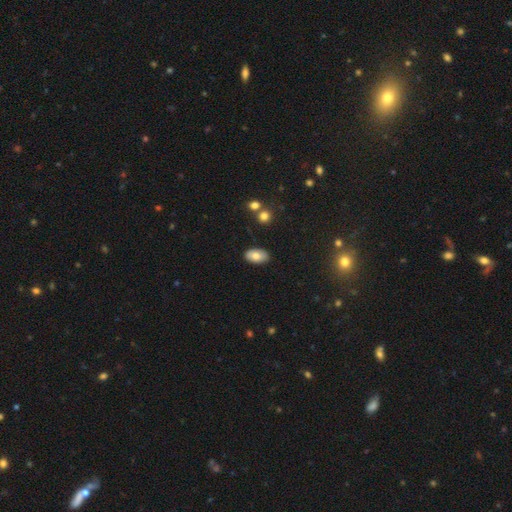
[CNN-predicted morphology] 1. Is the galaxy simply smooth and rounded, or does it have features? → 77% smooth, 15% featured or disk, 8% star or artifact.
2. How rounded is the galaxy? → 93% in between, 5% round, 2% cigar-shaped.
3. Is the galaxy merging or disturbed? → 86% none, 10% minor disturbance, 2% major disturbance, 2% merger.